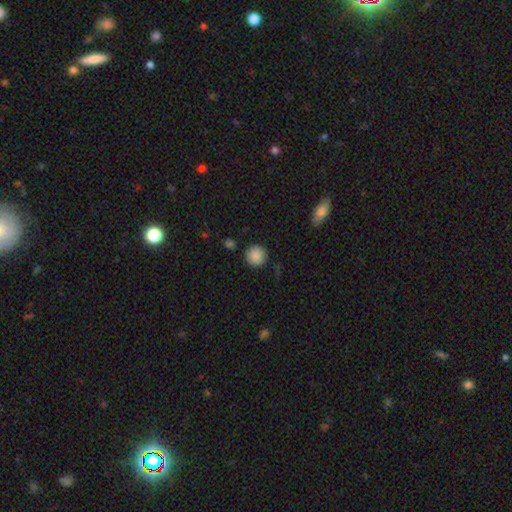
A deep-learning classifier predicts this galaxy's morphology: smooth-or-featured: smooth: 88% | star or artifact: 9% | featured or disk: 3%
  how-rounded: round: 94% | in between: 5% | cigar-shaped: 1%
  merging: none: 88% | minor disturbance: 8% | major disturbance: 2% | merger: 2%